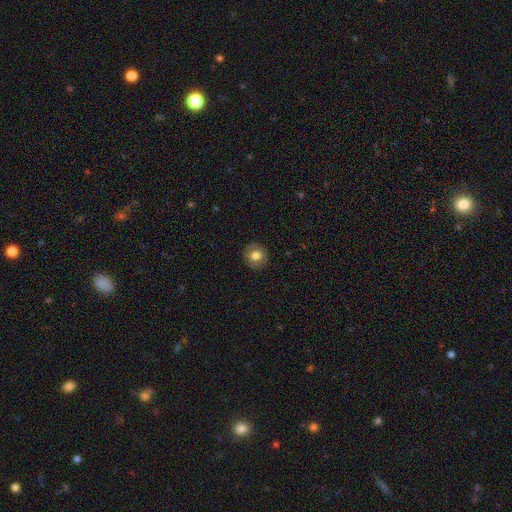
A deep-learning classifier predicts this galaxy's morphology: A smooth galaxy with no disk features (75%) that is round (90%).

Vote fractions:
- Smooth or featured? smooth: 75% / featured or disk: 16% / star or artifact: 9%
- How rounded? round: 90% / in between: 9% / cigar-shaped: 1%
- Merging? none: 90% / minor disturbance: 7% / major disturbance: 2% / merger: 1%